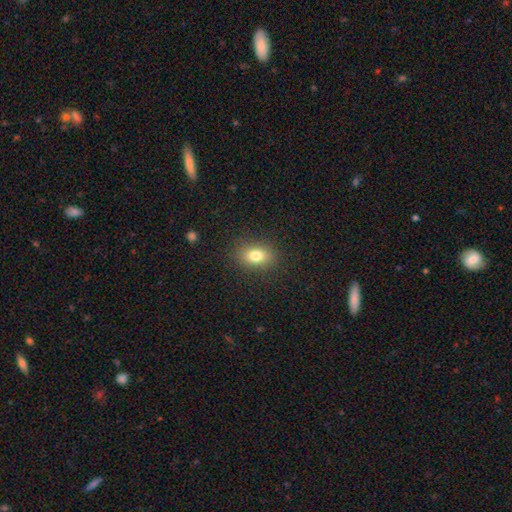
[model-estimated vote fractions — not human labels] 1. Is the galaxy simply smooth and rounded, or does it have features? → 79% smooth, 11% star or artifact, 9% featured or disk.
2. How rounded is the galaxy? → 73% in between, 25% round, 2% cigar-shaped.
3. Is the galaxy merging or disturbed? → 87% none, 9% minor disturbance, 3% major disturbance, 1% merger.